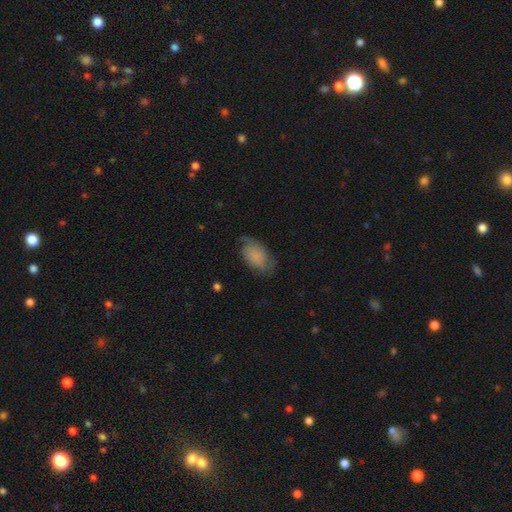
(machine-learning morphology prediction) Smooth or featured?
  - smooth: 66% *
  - featured or disk: 26%
  - star or artifact: 8%
How rounded?
  - in between: 92% *
  - round: 6%
  - cigar-shaped: 2%
Merging?
  - none: 63% *
  - minor disturbance: 26%
  - major disturbance: 10%
  - merger: 1%